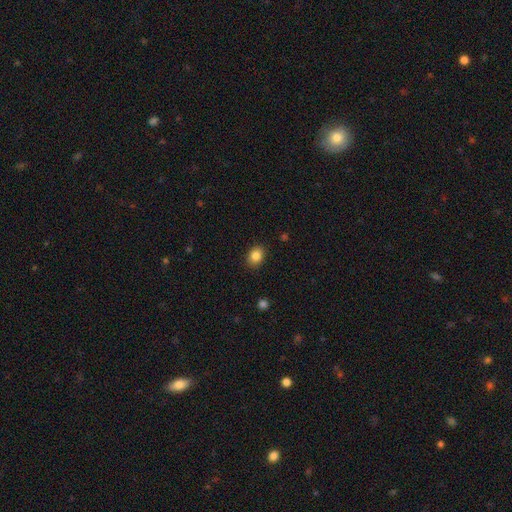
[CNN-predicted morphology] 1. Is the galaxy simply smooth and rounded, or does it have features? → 85% smooth, 9% star or artifact, 5% featured or disk.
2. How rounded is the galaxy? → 60% in between, 39% round, 1% cigar-shaped.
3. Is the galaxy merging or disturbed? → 88% none, 9% minor disturbance, 2% major disturbance, 1% merger.